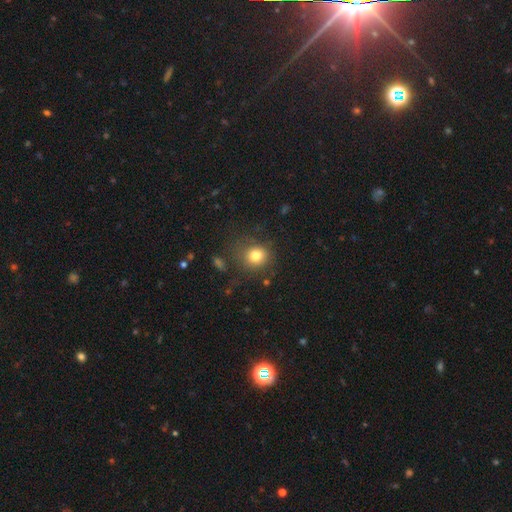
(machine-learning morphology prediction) This is likely a smooth galaxy (80%). How rounded: clearly round (84%). Merging: likely none (78%).